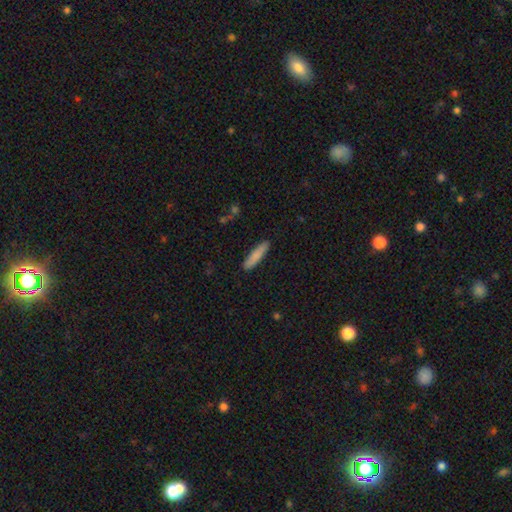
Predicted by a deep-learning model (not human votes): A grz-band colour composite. It shows a smooth galaxy with no disk features (82%) that is cigar-shaped (85%). Merging: none (88%).